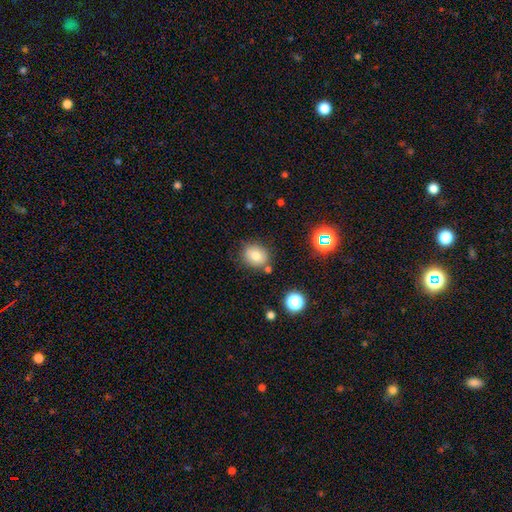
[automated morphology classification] smooth_or_featured: smooth (p=0.78) [alt: star or artifact p=0.12]
how_rounded: round (p=0.68) [alt: in between p=0.31]
merging: none (p=0.78) [alt: minor disturbance p=0.13]